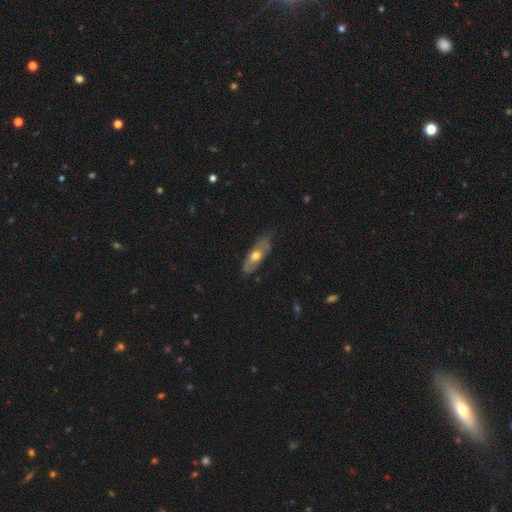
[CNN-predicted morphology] smooth-or-featured: smooth: 50% | featured or disk: 45% | star or artifact: 6%
  merging: none: 67% | minor disturbance: 25% | major disturbance: 6% | merger: 1%